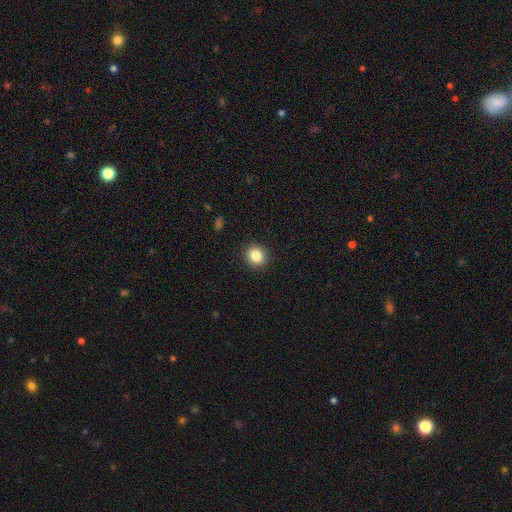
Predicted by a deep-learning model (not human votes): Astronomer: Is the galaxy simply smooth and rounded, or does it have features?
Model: smooth — 85%.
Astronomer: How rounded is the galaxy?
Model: round — 82%.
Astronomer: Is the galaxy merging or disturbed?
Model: none — 92%.